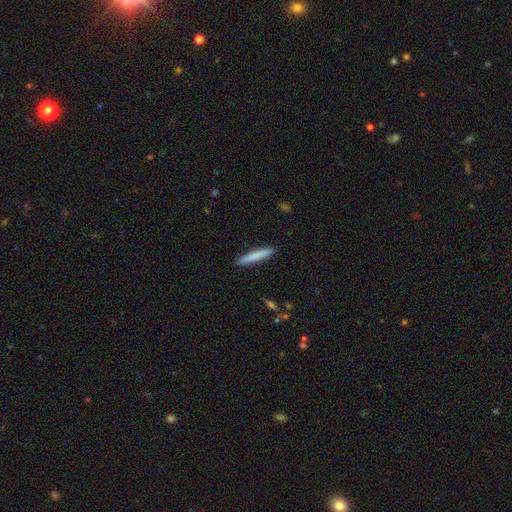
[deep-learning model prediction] Q: Smooth or featured?
A: smooth (78%); runner-up: featured or disk (17%)
Q: How rounded?
A: cigar-shaped (94%); runner-up: in between (5%)
Q: Merging?
A: none (91%); runner-up: minor disturbance (7%)